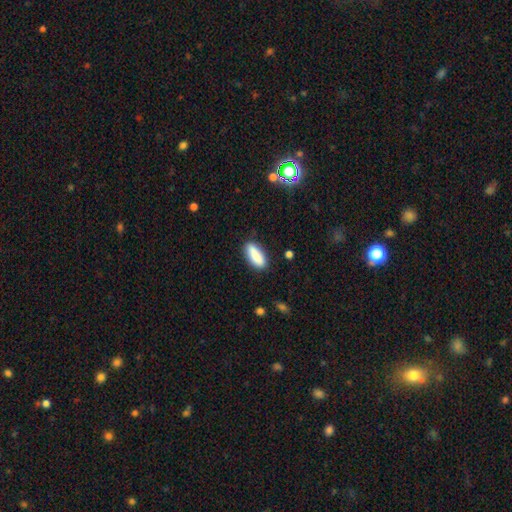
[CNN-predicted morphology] smooth_or_featured: smooth (p=0.86) [alt: featured or disk p=0.08]
how_rounded: in between (p=0.67) [alt: cigar-shaped p=0.31]
merging: none (p=0.84) [alt: minor disturbance p=0.11]